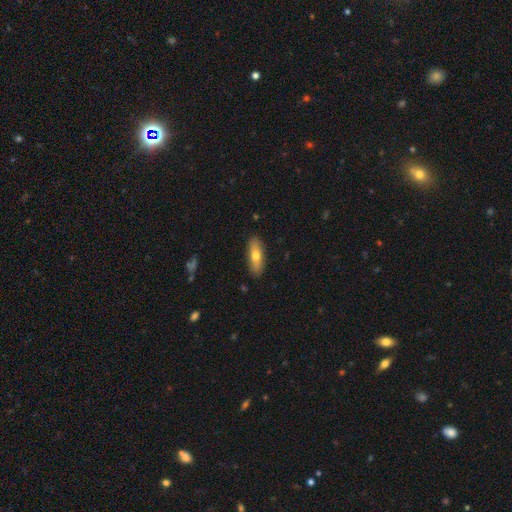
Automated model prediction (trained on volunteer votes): smooth 65%, featured or disk 29%, star or artifact 6%. Down the decision tree: how rounded — in between (57%); merging — none (87%).